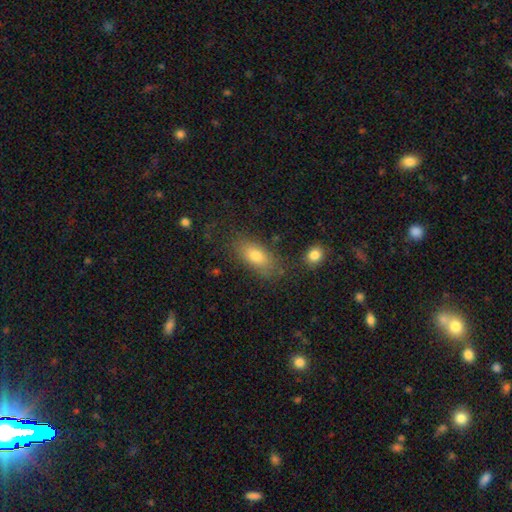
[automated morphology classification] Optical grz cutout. It shows a smooth galaxy with no disk features (77%) that is in between round and cigar-shaped (85%). Merging: none (74%).